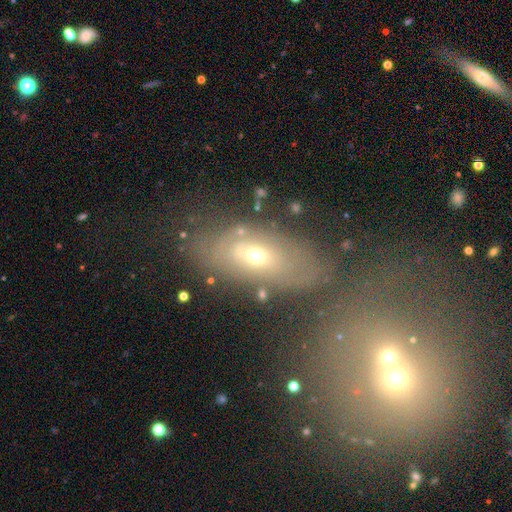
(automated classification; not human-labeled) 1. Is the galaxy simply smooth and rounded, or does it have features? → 50% featured or disk, 36% smooth, 13% star or artifact.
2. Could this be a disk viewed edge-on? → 85% no, 15% yes.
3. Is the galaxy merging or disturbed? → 62% none, 17% minor disturbance, 11% merger, 10% major disturbance.